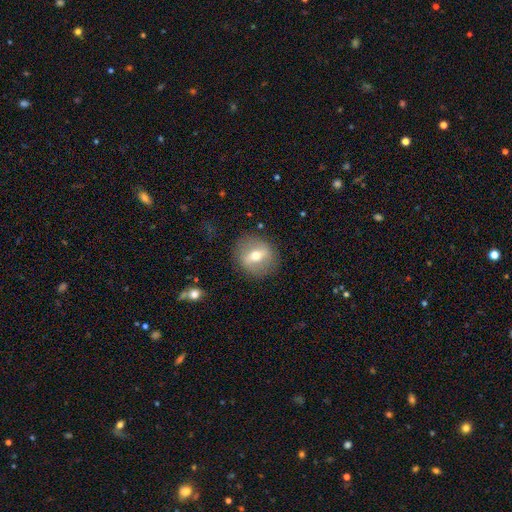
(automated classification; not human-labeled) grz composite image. It shows a featured or disk galaxy (47%). Merging: none (85%).